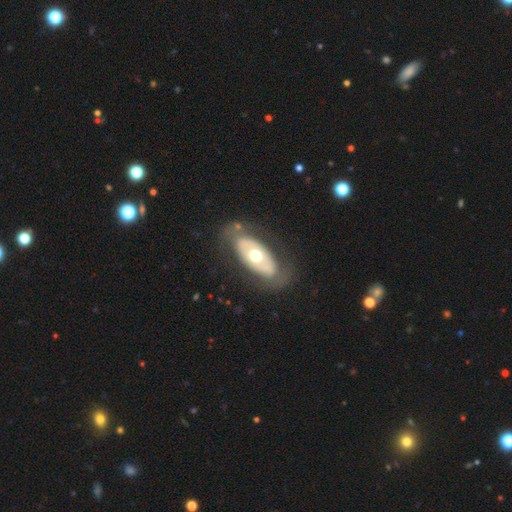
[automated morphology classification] A featured or disk galaxy (56%). Merging: none (75%).